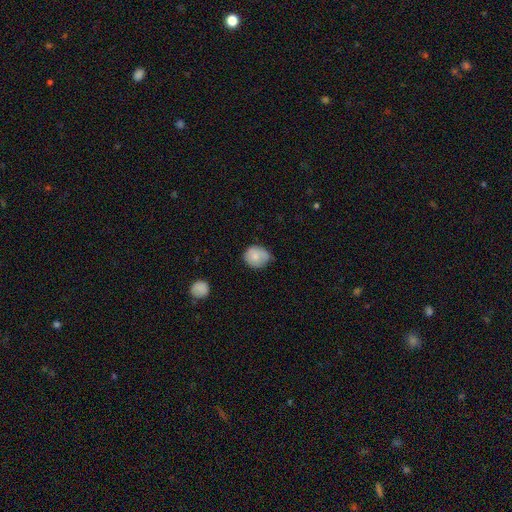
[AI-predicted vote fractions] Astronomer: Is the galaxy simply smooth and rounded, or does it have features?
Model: smooth — 77%.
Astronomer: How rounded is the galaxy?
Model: round — 71%.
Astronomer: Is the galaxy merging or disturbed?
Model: none — 56% (runner-up: minor disturbance, 35%).